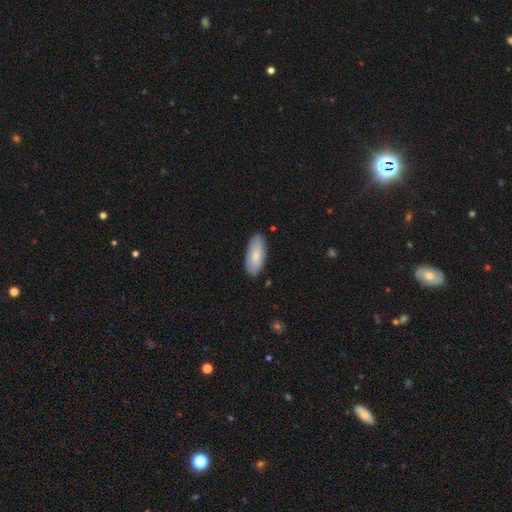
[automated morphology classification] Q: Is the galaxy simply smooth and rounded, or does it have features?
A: smooth — 84%.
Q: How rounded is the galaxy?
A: in between — 86%.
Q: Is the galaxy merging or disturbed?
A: none — 84%.